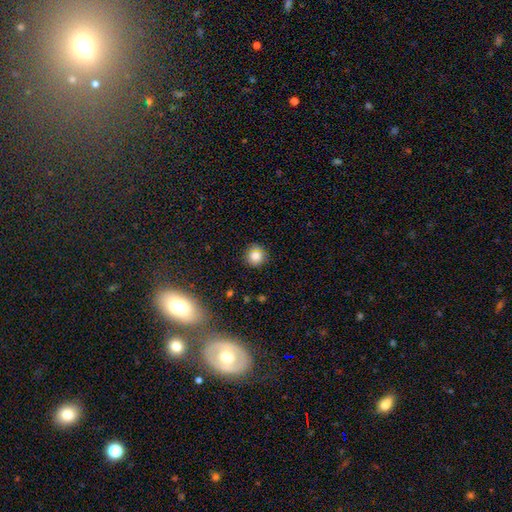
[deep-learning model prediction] This is clearly a smooth galaxy (84%). How rounded: clearly round (94%). Merging: clearly none (88%).